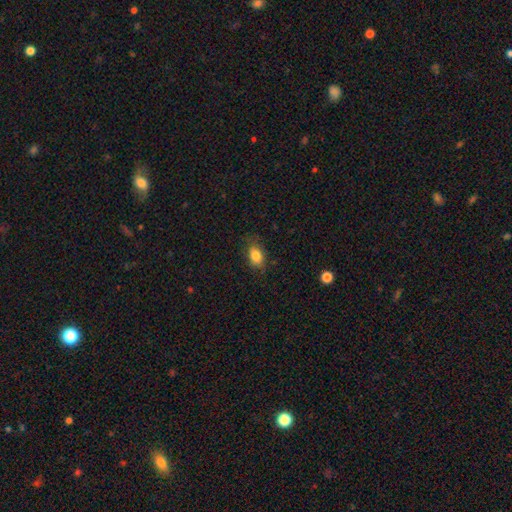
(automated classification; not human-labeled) A smooth galaxy with no disk features (84%) that is in between round and cigar-shaped (82%). Merging: none (79%).